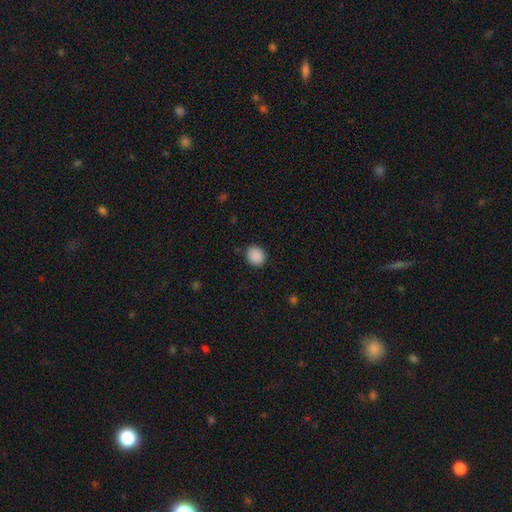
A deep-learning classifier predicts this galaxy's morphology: A smooth galaxy with no disk features (89%) that is round (68%).

Vote fractions:
- Smooth or featured? smooth: 89% / star or artifact: 8% / featured or disk: 2%
- How rounded? round: 68% / in between: 31% / cigar-shaped: 1%
- Merging? none: 88% / minor disturbance: 8% / major disturbance: 2% / merger: 1%